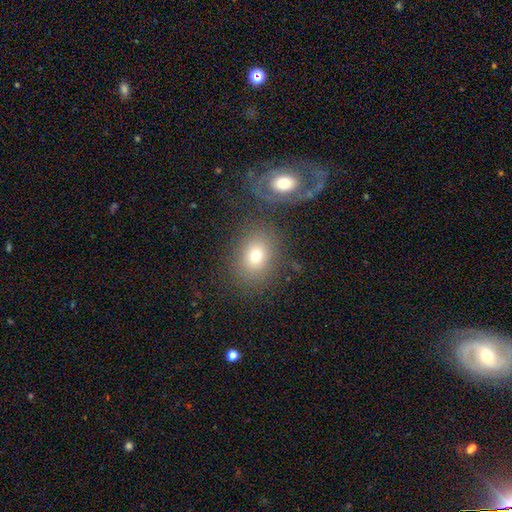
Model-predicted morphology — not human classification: Smooth or featured? Predicted: smooth (p=0.71). How rounded? Predicted: round (p=0.53). Merging? Predicted: none (p=0.73).